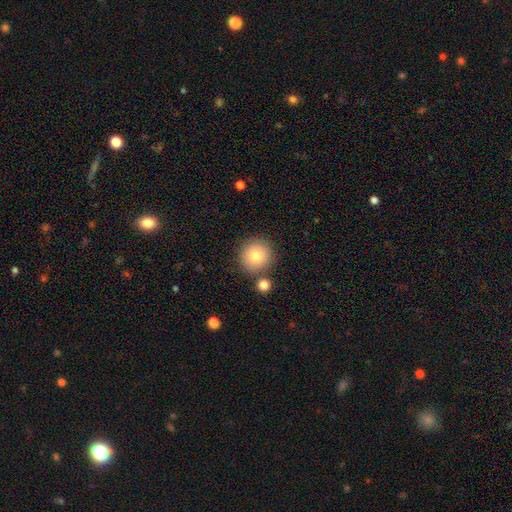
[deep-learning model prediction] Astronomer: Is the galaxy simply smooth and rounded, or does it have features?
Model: smooth — 81%.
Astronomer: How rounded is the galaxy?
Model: round — 95%.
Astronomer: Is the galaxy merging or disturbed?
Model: none — 79%.